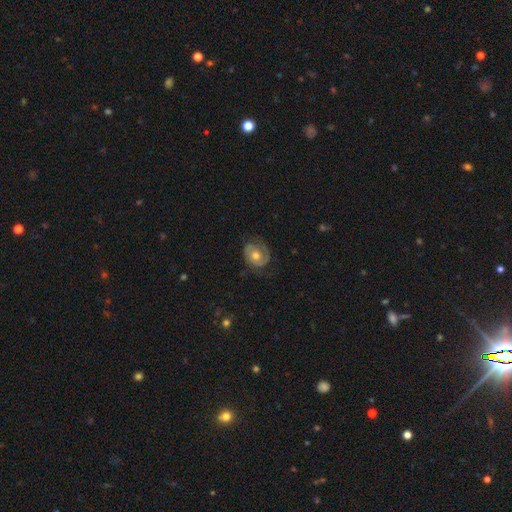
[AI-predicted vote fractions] featured or disk 74%, smooth 20%, star or artifact 7%. Down the decision tree: edge-on disk — no (97%); bar — no (77%); spiral arms — yes (89%); spiral arm count — 2 (70%); spiral winding — tight (53%); bulge size — moderate (71%); merging — none (70%).